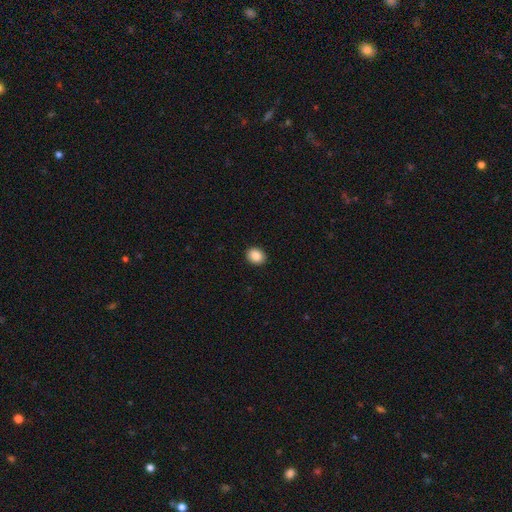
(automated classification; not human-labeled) Smooth or featured? smooth (88%)
How rounded? round (55%)
Merging? none (92%)